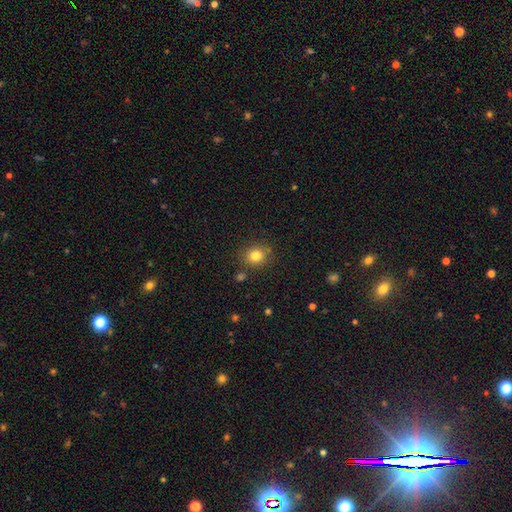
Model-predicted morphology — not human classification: The model was most divided on "how rounded": round: 82%, in between: 17%, cigar-shaped: 1%. More confident: merging — none (82%); smooth or featured — smooth (81%).